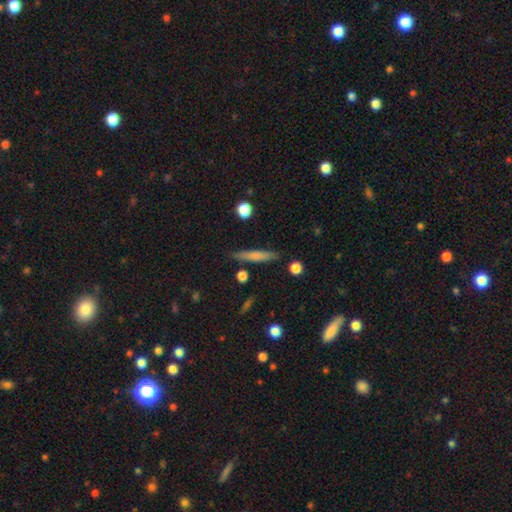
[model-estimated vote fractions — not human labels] Smooth or featured? smooth (67%)
How rounded? cigar-shaped (90%)
Merging? none (84%)